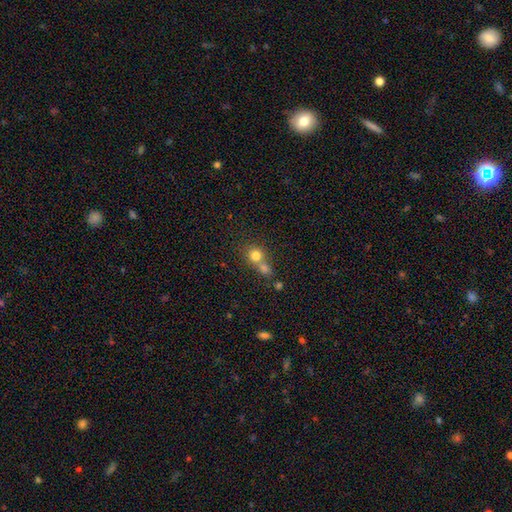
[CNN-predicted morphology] Smooth or featured? smooth (76%)
How rounded? round (85%)
Merging? merger (52%)